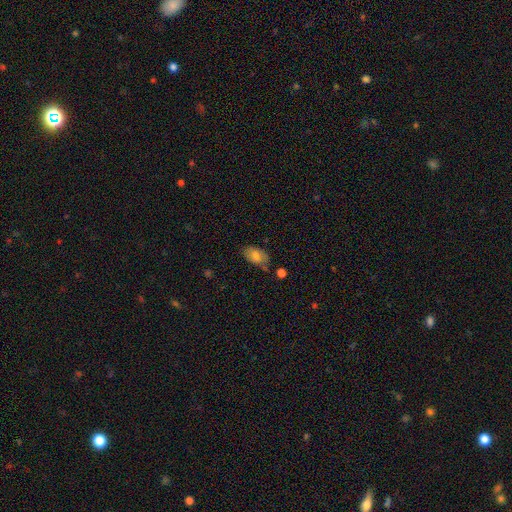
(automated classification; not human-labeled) smooth-or-featured: smooth: 76% | featured or disk: 15% | star or artifact: 9%
  how-rounded: in between: 91% | round: 7% | cigar-shaped: 2%
  merging: none: 66% | minor disturbance: 24% | major disturbance: 6% | merger: 5%